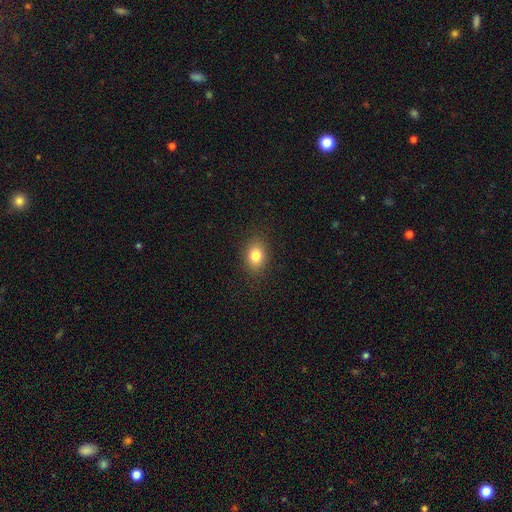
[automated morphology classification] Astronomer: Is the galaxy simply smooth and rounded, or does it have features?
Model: smooth — 82%.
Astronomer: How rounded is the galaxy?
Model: in between — 66%.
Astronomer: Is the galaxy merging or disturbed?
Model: none — 88%.